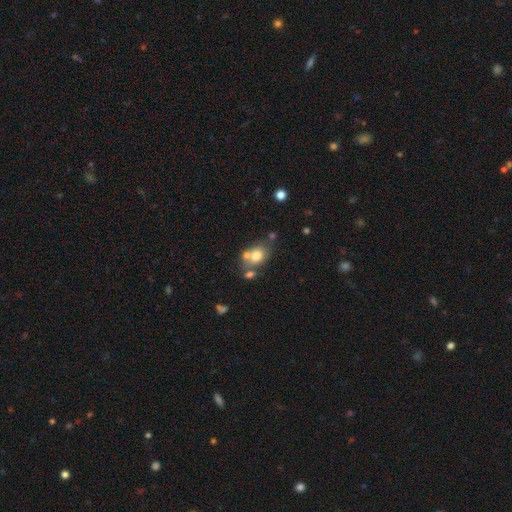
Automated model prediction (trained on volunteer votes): Overall: smooth (72%). How rounded: in between (56%; round 43%). Merging: none (49%; merger 31%).